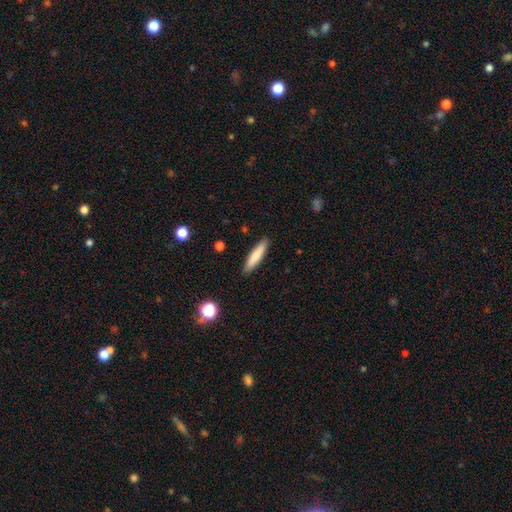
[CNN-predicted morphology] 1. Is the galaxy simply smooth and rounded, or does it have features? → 79% smooth, 15% featured or disk, 6% star or artifact.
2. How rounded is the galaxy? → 82% cigar-shaped, 16% in between, 1% round.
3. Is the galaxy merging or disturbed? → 89% none, 8% minor disturbance, 2% major disturbance, 1% merger.